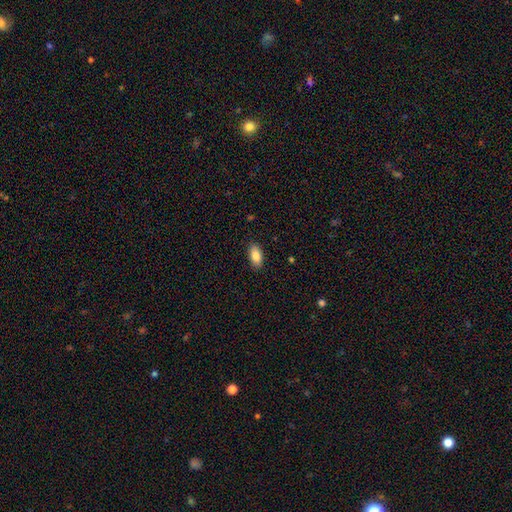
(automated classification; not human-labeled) Overall: smooth (86%). How rounded: in between (91%). Merging: none (88%).